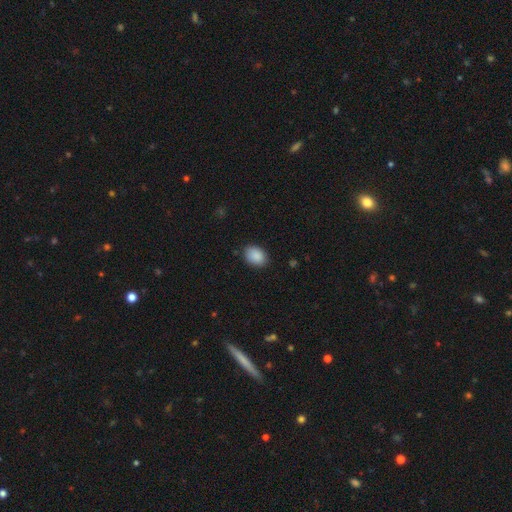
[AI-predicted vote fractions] smooth-or-featured: smooth: 89% | star or artifact: 7% | featured or disk: 3%
  how-rounded: in between: 70% | round: 29% | cigar-shaped: 1%
  merging: none: 85% | minor disturbance: 12% | major disturbance: 3% | merger: 1%